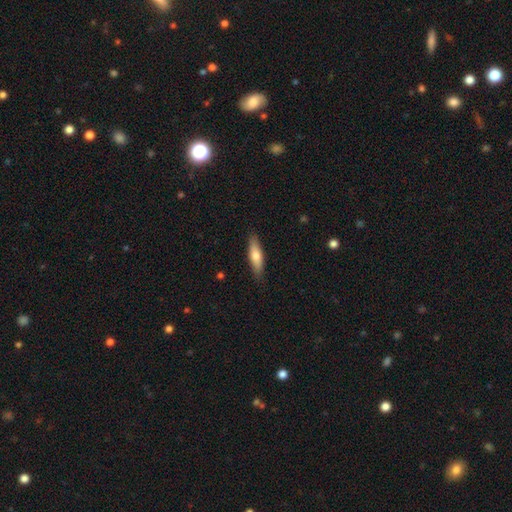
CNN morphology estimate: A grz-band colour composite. It shows a smooth galaxy with no disk features (65%) that is cigar-shaped (65%). Merging: none (87%).